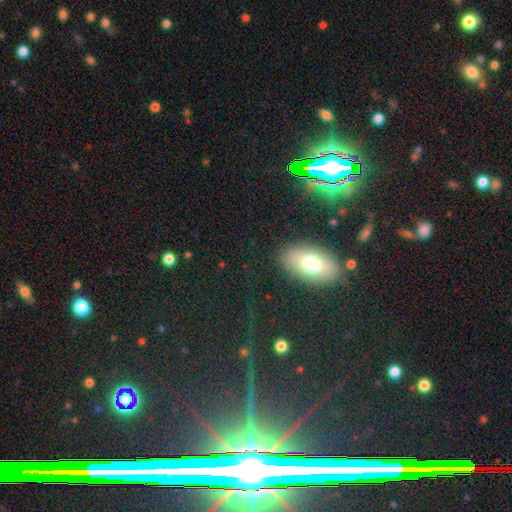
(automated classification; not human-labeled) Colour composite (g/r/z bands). It shows a smooth galaxy with no disk features (41%). Merging: none (85%).